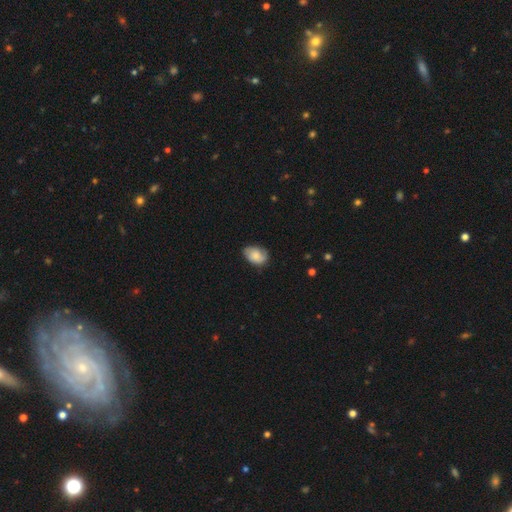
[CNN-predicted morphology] The model was most divided on "smooth or featured": smooth: 69%, featured or disk: 24%, star or artifact: 8%. More confident: how rounded — in between (81%); merging — none (70%).